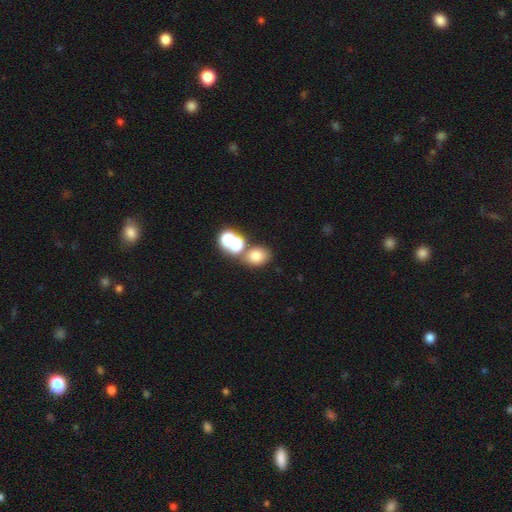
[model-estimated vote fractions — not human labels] smooth 70%, star or artifact 18%, featured or disk 12%. Down the decision tree: how rounded — round (51%); merging — none (56%).